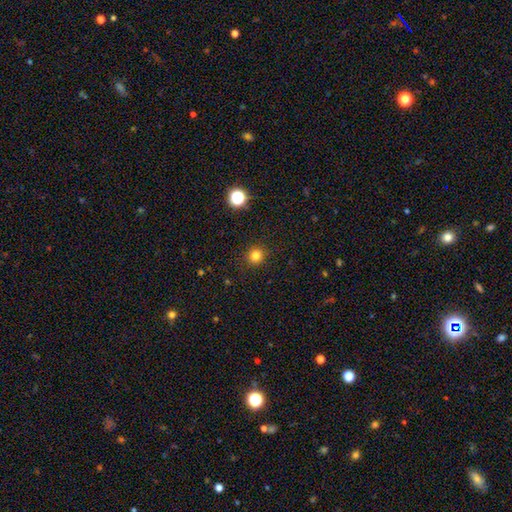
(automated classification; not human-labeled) smooth_or_featured: smooth (p=0.81) [alt: star or artifact p=0.14]
how_rounded: round (p=0.90) [alt: in between p=0.09]
merging: none (p=0.90) [alt: minor disturbance p=0.06]